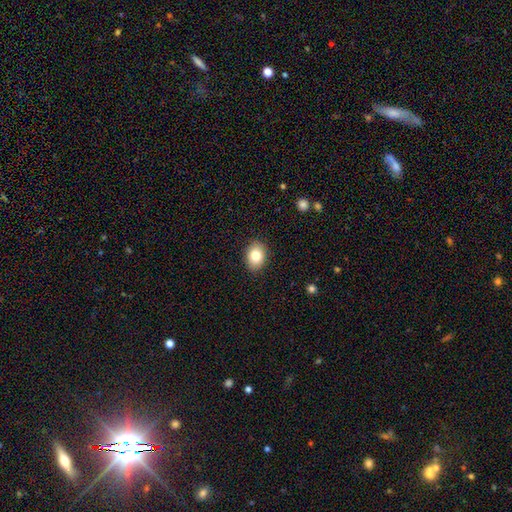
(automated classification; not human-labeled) This is clearly a smooth galaxy (81%). How rounded: likely in between (73%). Merging: clearly none (89%).